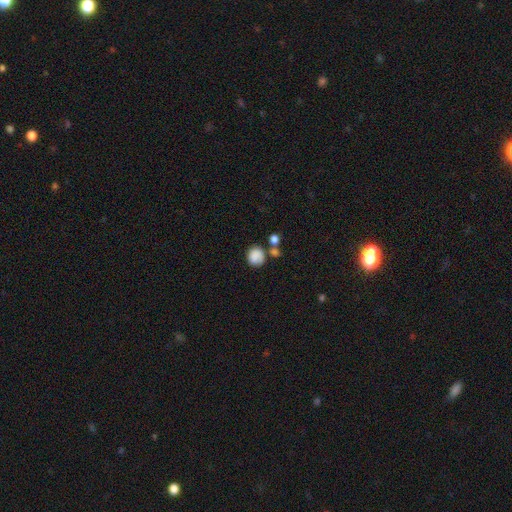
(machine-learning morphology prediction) type=smooth (86%); roundness=round (84%); merging=none (61%).